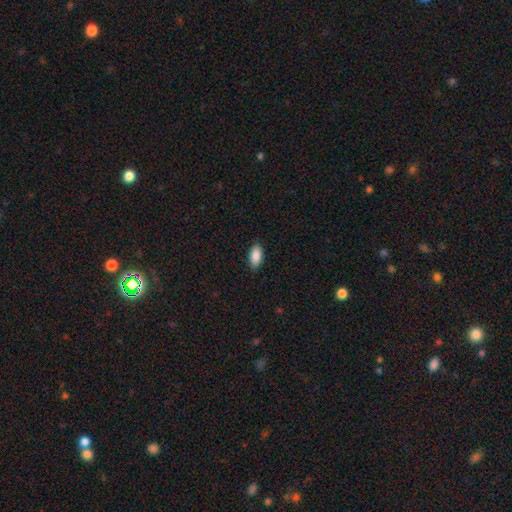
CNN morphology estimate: The model was most divided on "merging": none: 88%, minor disturbance: 9%, major disturbance: 2%, merger: 1%. More confident: how rounded — in between (91%); smooth or featured — smooth (88%).